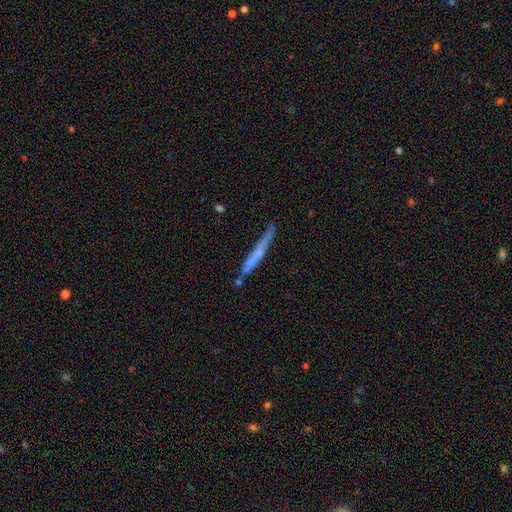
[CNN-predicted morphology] smooth-or-featured: featured or disk: 48% | smooth: 46% | star or artifact: 7%
  merging: none: 75% | minor disturbance: 17% | merger: 5% | major disturbance: 3%